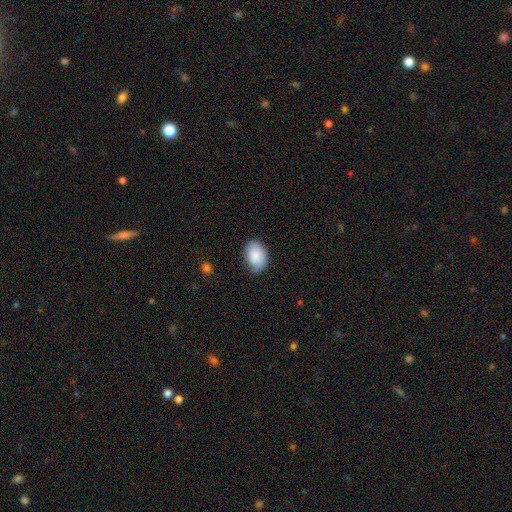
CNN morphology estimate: smooth 86%, featured or disk 7%, star or artifact 7%. Down the decision tree: how rounded — in between (84%); merging — none (66%).